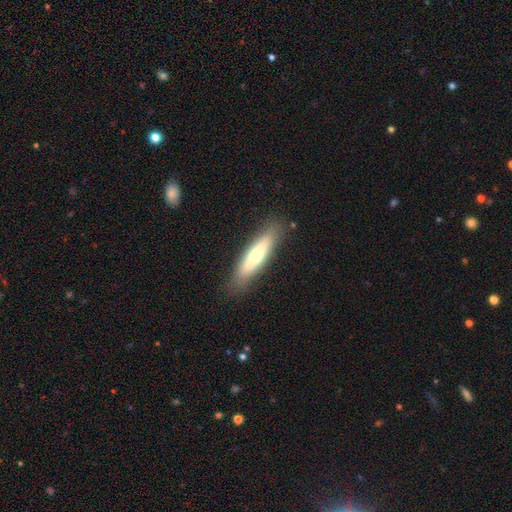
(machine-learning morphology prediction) Smooth or featured? Predicted: smooth (p=0.59). How rounded? Predicted: cigar-shaped (p=0.75). Merging? Predicted: none (p=0.86).